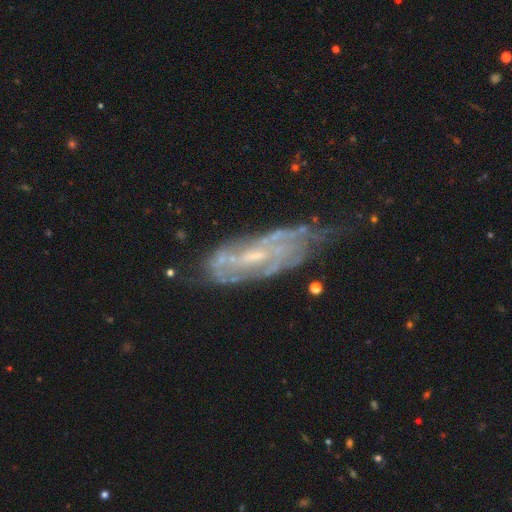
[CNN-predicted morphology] This appears to be a featured or disk galaxy (77%) with no bar (44%), tight (49%) spiral arms (77%) and a small central bulge (57%). Merging: none (45%).